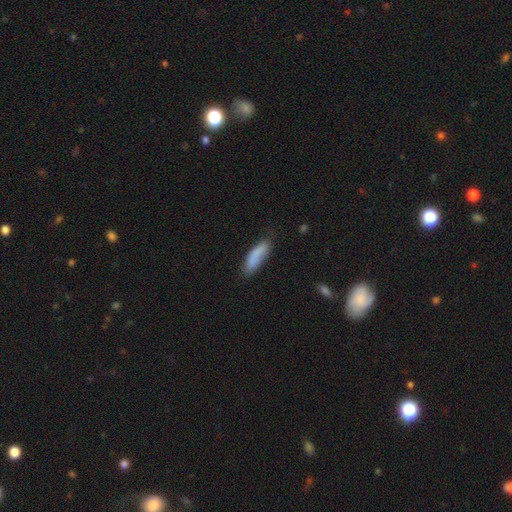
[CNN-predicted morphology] smooth 83%, featured or disk 10%, star or artifact 7%. Down the decision tree: how rounded — cigar-shaped (56%); merging — none (67%).